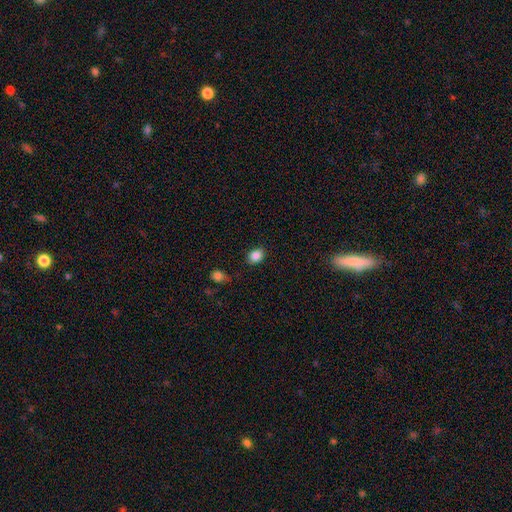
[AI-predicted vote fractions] Smooth or featured? Predicted: smooth (p=0.86). How rounded? Predicted: in between (p=0.58). Merging? Predicted: none (p=0.82).